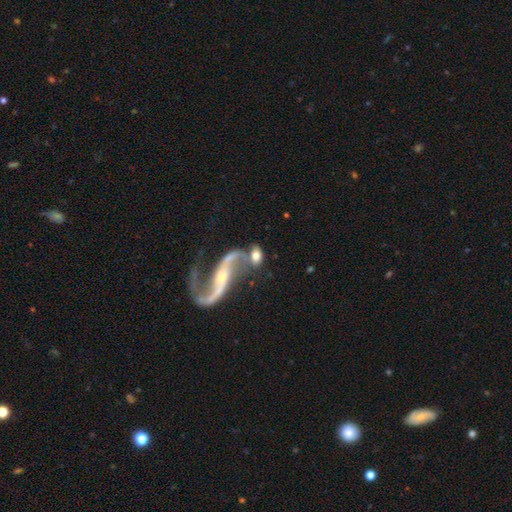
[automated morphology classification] A featured or disk galaxy (61%) with no bar (50%), spiral arms (82%) and a small central bulge (50%). Merging: none (38%).